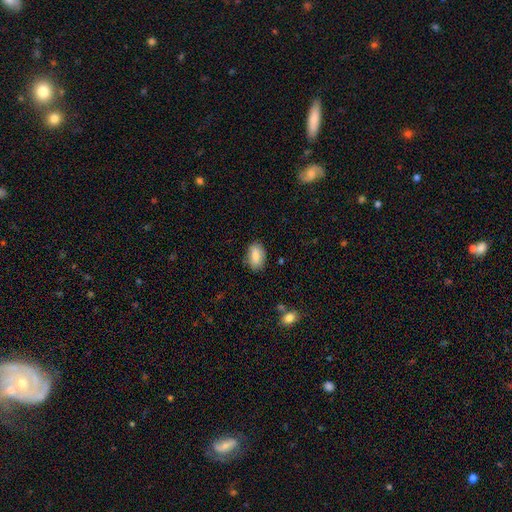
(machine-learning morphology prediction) Smooth or featured?
  - smooth: 81% *
  - featured or disk: 12%
  - star or artifact: 7%
How rounded?
  - in between: 92% *
  - round: 5%
  - cigar-shaped: 3%
Merging?
  - none: 83% *
  - minor disturbance: 13%
  - major disturbance: 3%
  - merger: 1%